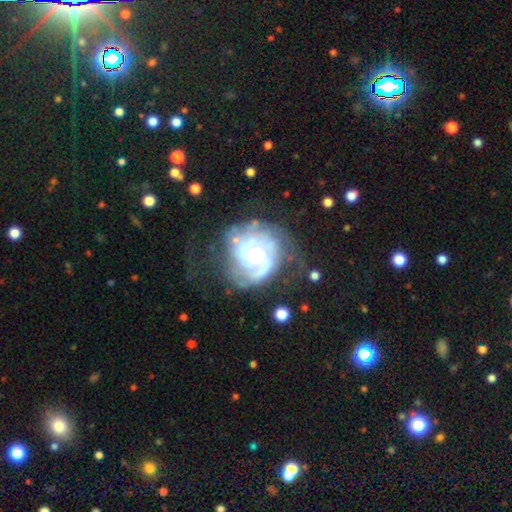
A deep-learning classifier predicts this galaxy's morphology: Q: Smooth or featured?
A: featured or disk (85%); runner-up: smooth (10%)
Q: Edge-on disk?
A: no (98%); runner-up: yes (2%)
Q: Bar?
A: no (68%); runner-up: weak (26%)
Q: Spiral arms?
A: yes (89%); runner-up: no (11%)
Q: Spiral winding?
A: tight (59%); runner-up: medium (30%)
Q: Spiral arm count?
A: 2 (44%); runner-up: can't tell (30%)
Q: Bulge size?
A: moderate (63%); runner-up: small (25%)
Q: Merging?
A: none (53%); runner-up: minor disturbance (22%)